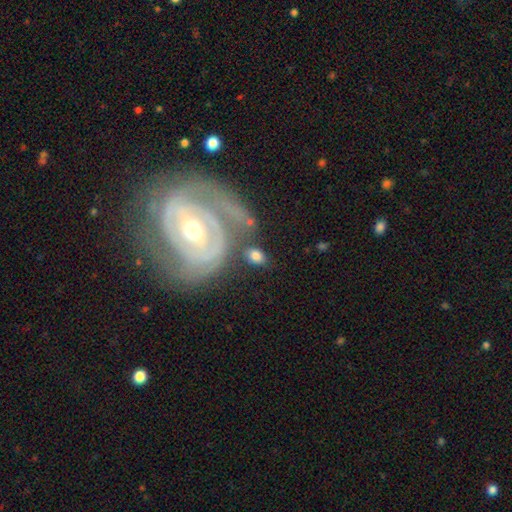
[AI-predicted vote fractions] The model was most divided on "smooth or featured": smooth: 71%, featured or disk: 23%, star or artifact: 7%. More confident: how rounded — in between (79%); merging — none (65%).